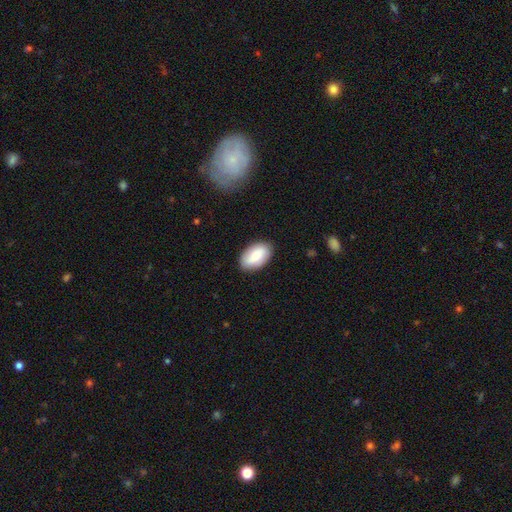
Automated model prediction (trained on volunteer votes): This appears to be a smooth galaxy with no disk features (77%) that is in between round and cigar-shaped (94%). Merging: none (87%).